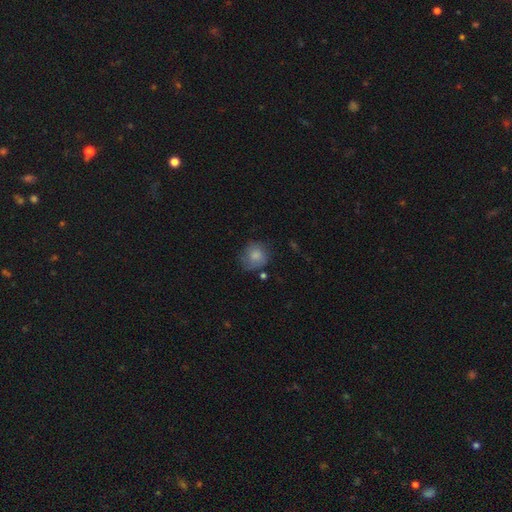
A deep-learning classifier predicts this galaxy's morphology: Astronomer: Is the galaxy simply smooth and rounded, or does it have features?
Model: smooth — 76%.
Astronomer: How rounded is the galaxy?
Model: round — 81%.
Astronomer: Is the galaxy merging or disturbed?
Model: none — 59%.